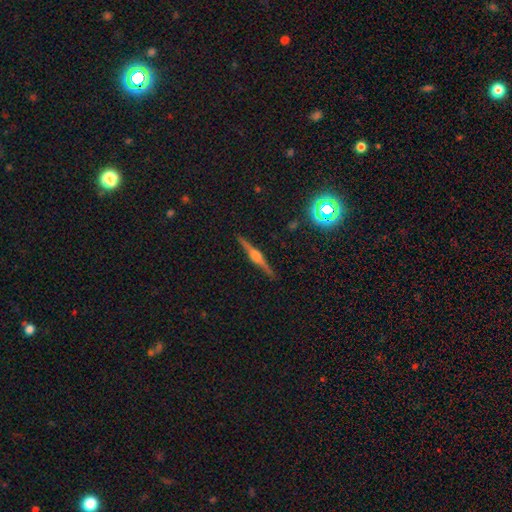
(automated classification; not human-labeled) Smooth or featured? Predicted: featured or disk (p=0.82). Edge-on disk? Predicted: yes (p=0.98). Edge-on bulge? Predicted: rounded (p=0.85). Merging? Predicted: none (p=0.91).